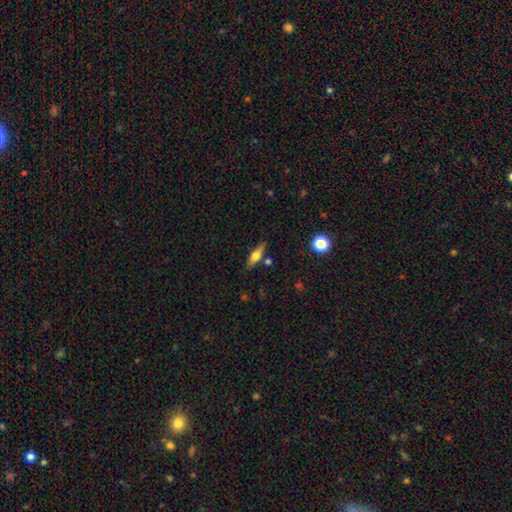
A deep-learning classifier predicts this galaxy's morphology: Smooth or featured? Predicted: featured or disk (p=0.46, tied with smooth). Merging? Predicted: none (p=0.79).